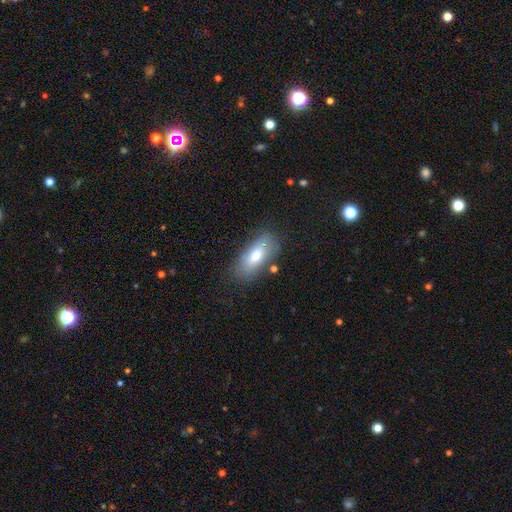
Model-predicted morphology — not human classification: smooth-or-featured: smooth: 70% | featured or disk: 22% | star or artifact: 8%
  how-rounded: in between: 81% | cigar-shaped: 15% | round: 4%
  merging: none: 77% | minor disturbance: 15% | major disturbance: 4% | merger: 4%